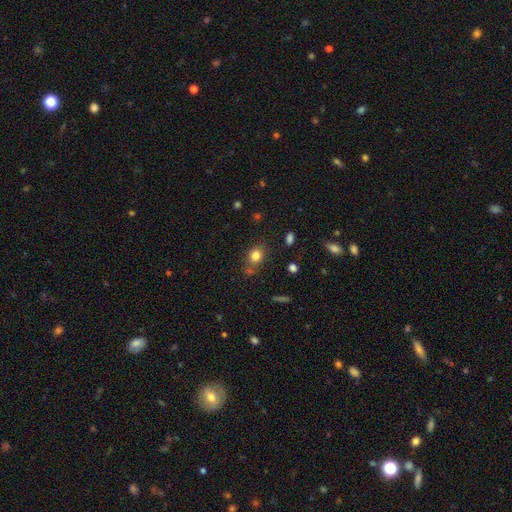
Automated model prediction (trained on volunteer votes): This is clearly a smooth galaxy (80%). How rounded: possibly round (57%). Merging: likely none (73%).